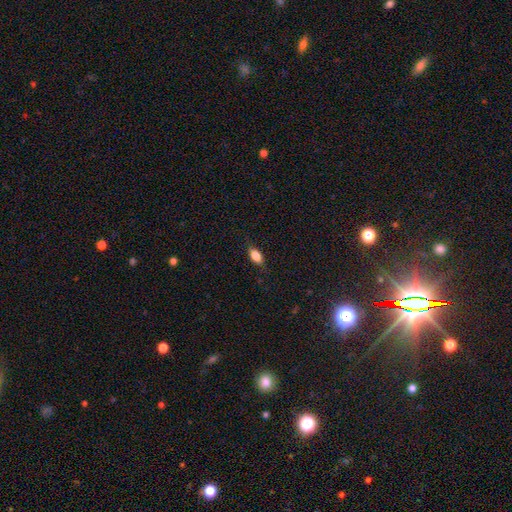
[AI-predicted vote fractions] A smooth galaxy with no disk features (82%) that is in between round and cigar-shaped (85%). Merging: none (82%).